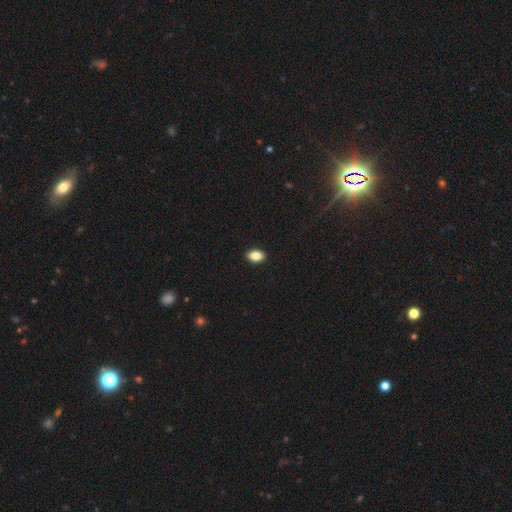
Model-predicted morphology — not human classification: type=smooth (85%); roundness=in between (88%); merging=none (91%).